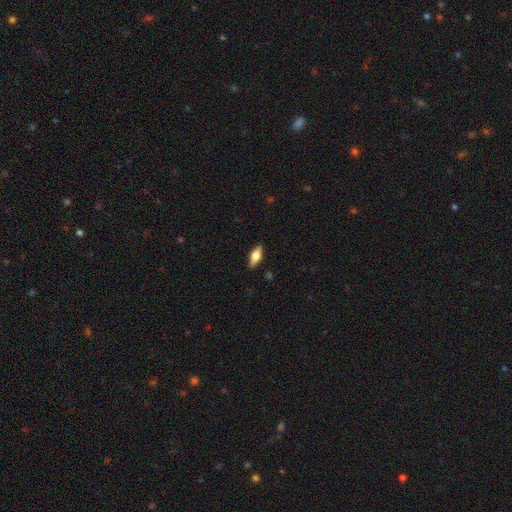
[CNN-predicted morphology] smooth_or_featured: smooth (p=0.47) [alt: featured or disk p=0.46]
merging: none (p=0.87) [alt: minor disturbance p=0.10]